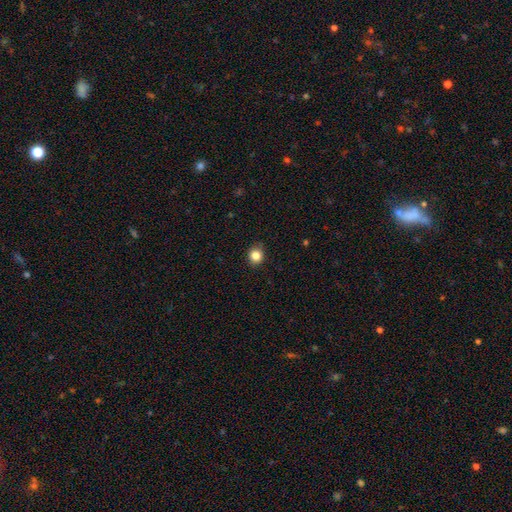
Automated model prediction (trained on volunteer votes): Morphology: type=smooth (84%); roundness=round (84%); merging=none (87%).